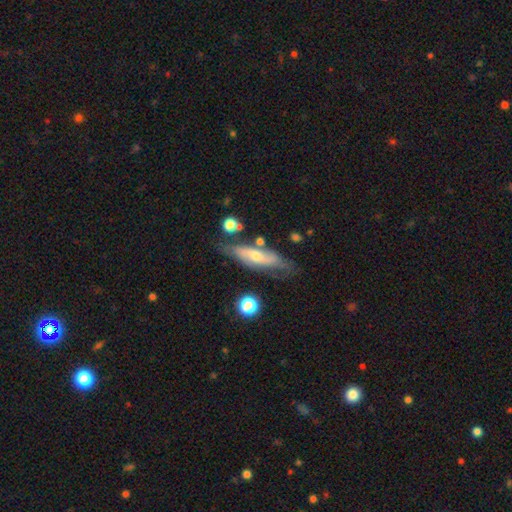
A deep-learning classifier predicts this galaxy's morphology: featured or disk 59%, smooth 34%, star or artifact 7%. Down the decision tree: edge-on disk — no (59%); merging — none (63%).